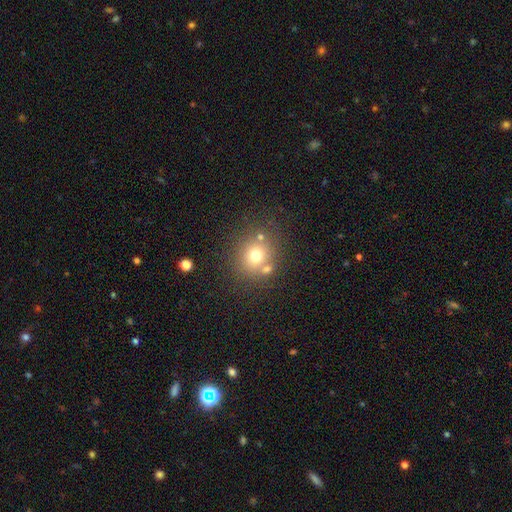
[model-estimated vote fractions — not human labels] Smooth or featured? smooth (71%)
How rounded? round (81%)
Merging? none (69%)